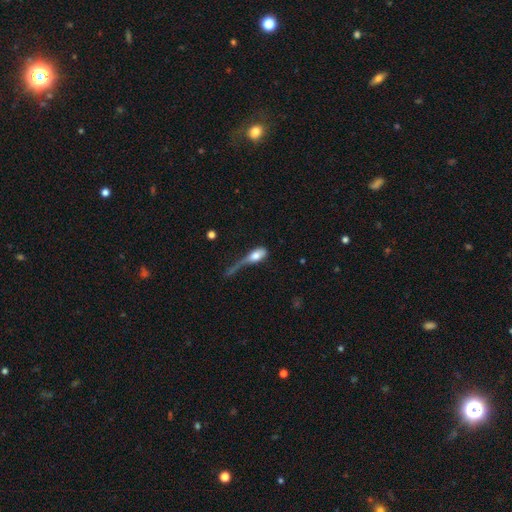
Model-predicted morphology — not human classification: A smooth galaxy with no disk features (66%) that is in between round and cigar-shaped (67%).

Vote fractions:
- Smooth or featured? smooth: 66% / featured or disk: 26% / star or artifact: 8%
- How rounded? in between: 67% / cigar-shaped: 25% / round: 8%
- Merging? major disturbance: 52% / minor disturbance: 21% / none: 17% / merger: 11%